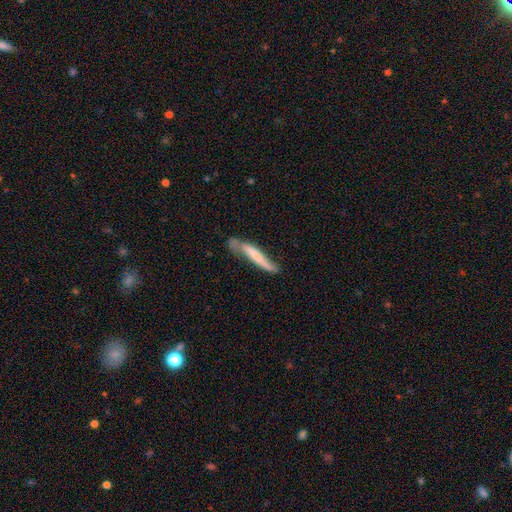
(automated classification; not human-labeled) Smooth or featured?
  - smooth: 58% *
  - featured or disk: 37%
  - star or artifact: 6%
How rounded?
  - cigar-shaped: 92% *
  - in between: 7%
  - round: 1%
Merging?
  - none: 45% *
  - minor disturbance: 33%
  - major disturbance: 15%
  - merger: 7%